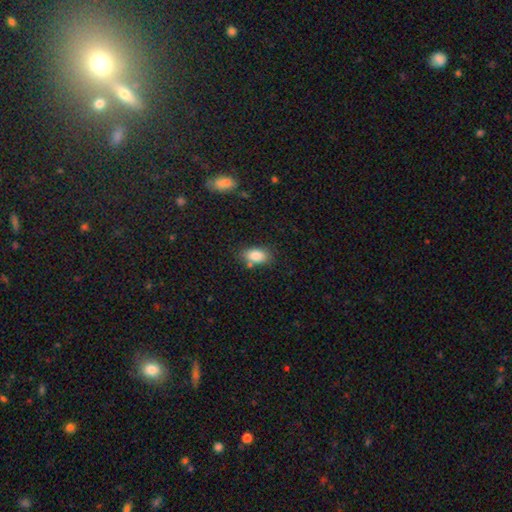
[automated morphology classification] Smooth or featured? smooth (86%)
How rounded? in between (89%)
Merging? none (73%)